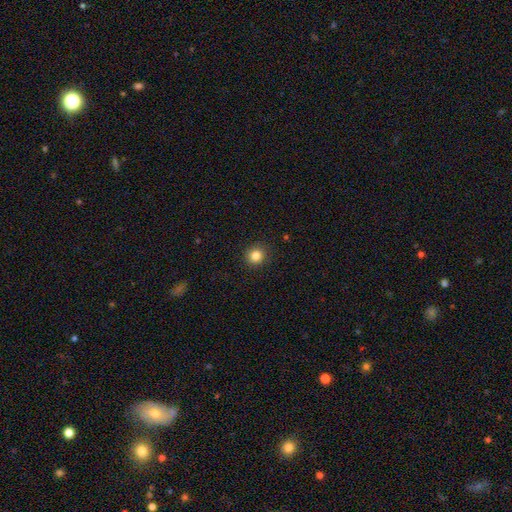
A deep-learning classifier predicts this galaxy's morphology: This is clearly a smooth galaxy (84%). How rounded: clearly round (90%). Merging: clearly none (91%).